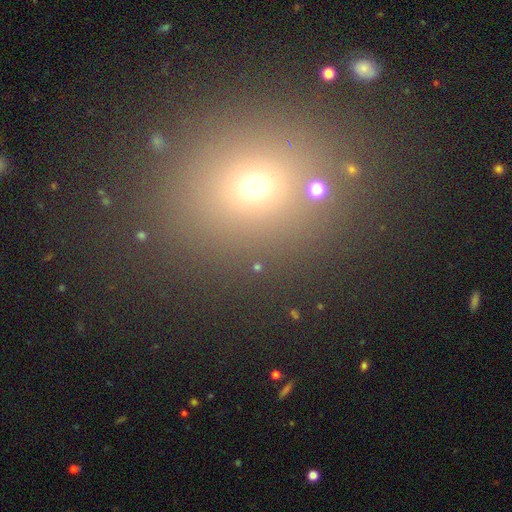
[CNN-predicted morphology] Smooth or featured: smooth — 59% (star or artifact — 31%)
How rounded: round — 62% (in between — 37%)
Merging: none — 83% (minor disturbance — 8%)